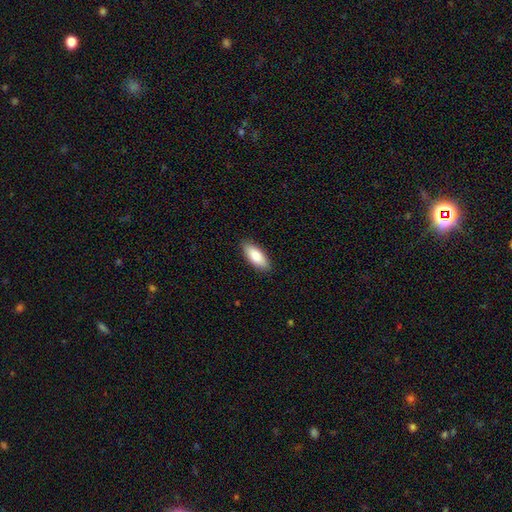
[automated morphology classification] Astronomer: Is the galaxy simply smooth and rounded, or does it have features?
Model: smooth — 82%.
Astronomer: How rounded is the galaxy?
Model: in between — 79%.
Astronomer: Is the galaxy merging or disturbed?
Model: none — 88%.